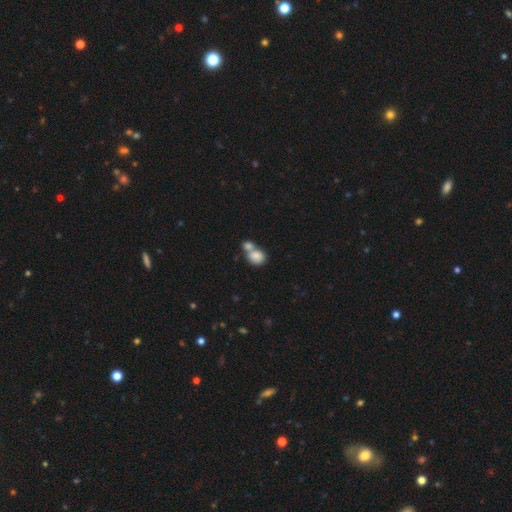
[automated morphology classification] smooth 82%, featured or disk 10%, star or artifact 8%. Down the decision tree: how rounded — round (57%); merging — merger (63%).